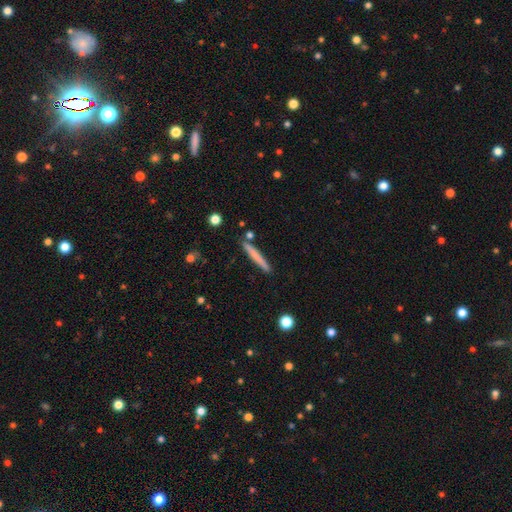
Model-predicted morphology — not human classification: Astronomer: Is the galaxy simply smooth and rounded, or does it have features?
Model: smooth — 67%.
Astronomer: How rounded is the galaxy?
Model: cigar-shaped — 96%.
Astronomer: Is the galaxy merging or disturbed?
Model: none — 86%.